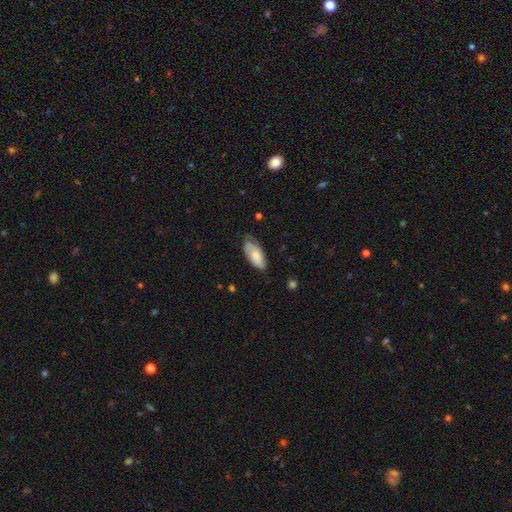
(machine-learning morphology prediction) Smooth or featured? smooth (69%)
How rounded? in between (88%)
Merging? none (62%)